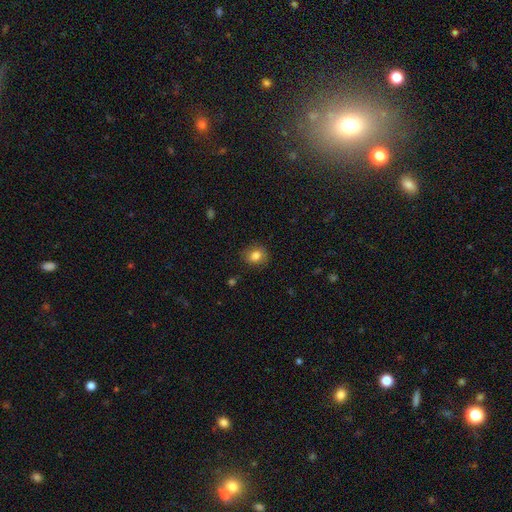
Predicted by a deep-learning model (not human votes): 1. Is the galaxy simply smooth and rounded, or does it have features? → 82% smooth, 10% star or artifact, 8% featured or disk.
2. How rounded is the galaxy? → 69% round, 30% in between, 1% cigar-shaped.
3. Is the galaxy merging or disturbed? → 84% none, 12% minor disturbance, 3% major disturbance, 1% merger.